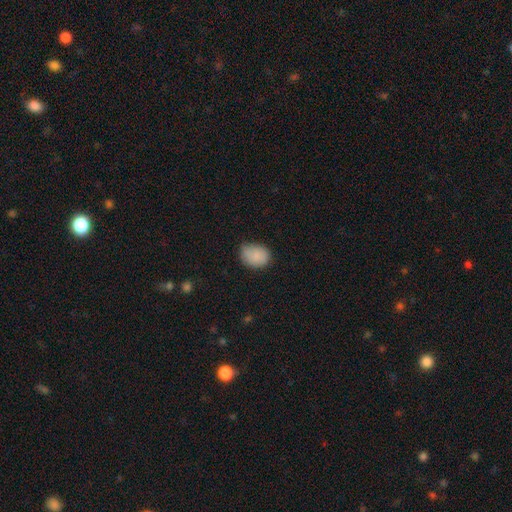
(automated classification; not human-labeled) Smooth or featured?
  - smooth: 85% *
  - star or artifact: 8%
  - featured or disk: 8%
How rounded?
  - in between: 60% *
  - round: 39%
  - cigar-shaped: 1%
Merging?
  - none: 63% *
  - minor disturbance: 30%
  - major disturbance: 5%
  - merger: 2%